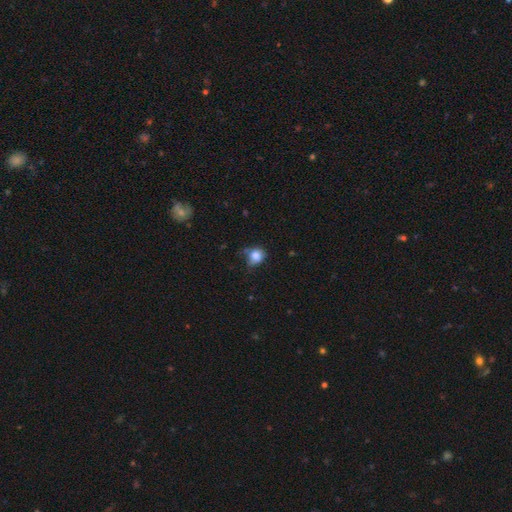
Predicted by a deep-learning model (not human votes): Morphology: type=smooth (80%); roundness=round (69%); merging=none (46%).